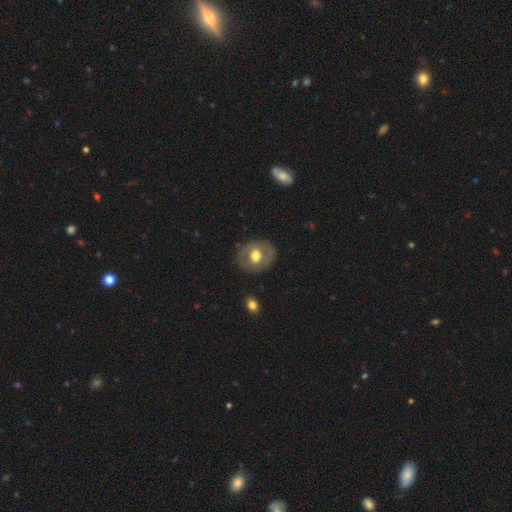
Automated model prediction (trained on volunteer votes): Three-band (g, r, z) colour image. It shows a featured or disk galaxy (49%). Merging: none (81%).